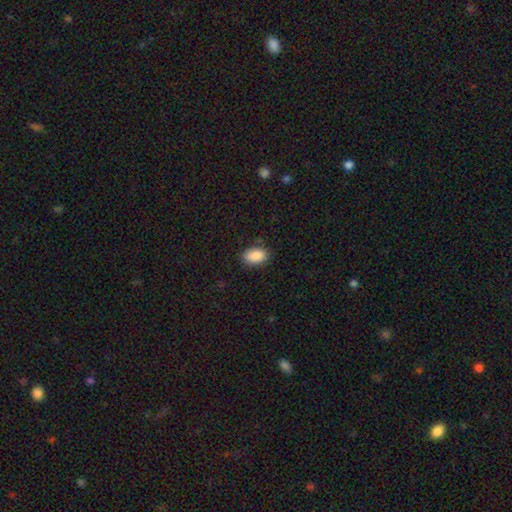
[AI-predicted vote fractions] Smooth or featured: smooth — 89% (star or artifact — 7%)
How rounded: in between — 92% (round — 7%)
Merging: none — 83% (minor disturbance — 13%)